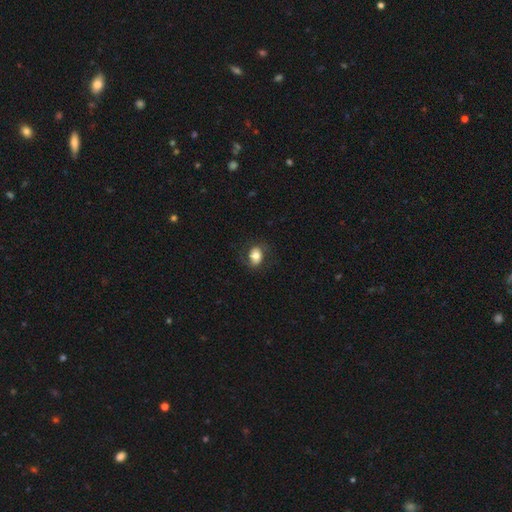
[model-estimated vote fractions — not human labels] smooth_or_featured: smooth (p=0.68) [alt: featured or disk p=0.23]
how_rounded: in between (p=0.67) [alt: round p=0.32]
merging: none (p=0.74) [alt: minor disturbance p=0.16]